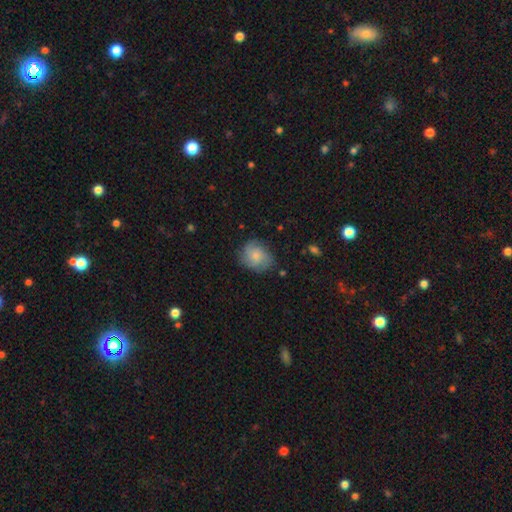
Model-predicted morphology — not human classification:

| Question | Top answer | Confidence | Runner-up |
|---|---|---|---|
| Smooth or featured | smooth | 47% | featured or disk (45%) |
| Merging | none | 71% | minor disturbance (21%) |